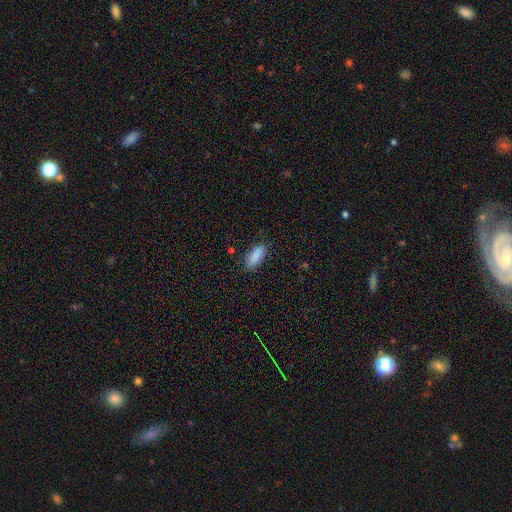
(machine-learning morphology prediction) The model was most divided on "how rounded": in between: 79%, cigar-shaped: 20%, round: 2%. More confident: smooth or featured — smooth (88%); merging — none (83%).